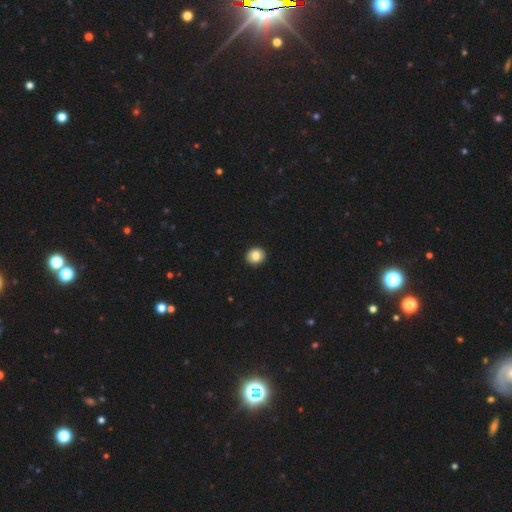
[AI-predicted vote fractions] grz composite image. It shows a smooth galaxy with no disk features (84%) that is round (85%). Merging: none (93%).